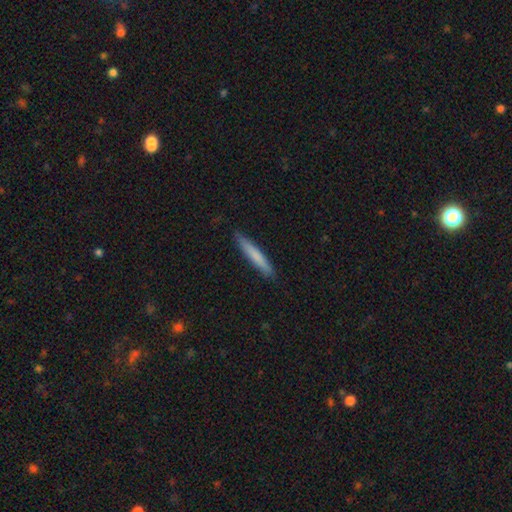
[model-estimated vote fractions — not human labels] Smooth or featured?
  - smooth: 75% *
  - featured or disk: 20%
  - star or artifact: 5%
How rounded?
  - cigar-shaped: 95% *
  - in between: 4%
  - round: 1%
Merging?
  - none: 89% *
  - minor disturbance: 9%
  - major disturbance: 2%
  - merger: 1%